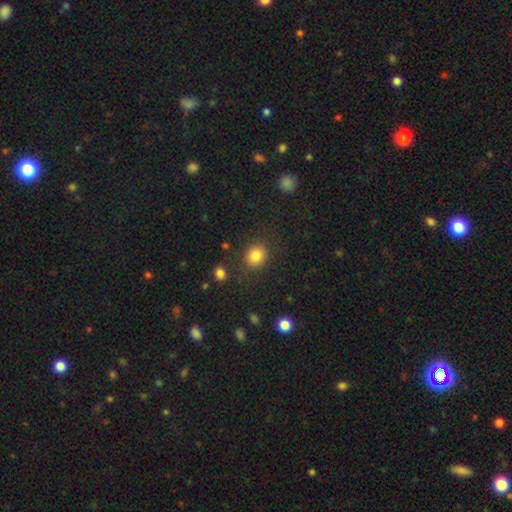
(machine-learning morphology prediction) Smooth or featured: smooth — 83% (star or artifact — 11%)
How rounded: round — 73% (in between — 26%)
Merging: none — 85% (minor disturbance — 9%)